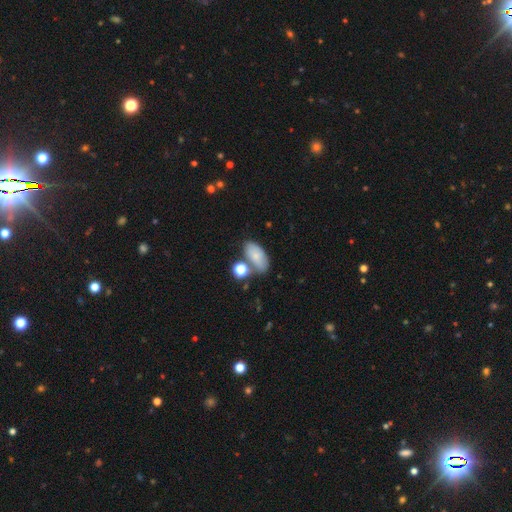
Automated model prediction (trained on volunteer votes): smooth-or-featured: smooth: 74% | featured or disk: 17% | star or artifact: 9%
  how-rounded: in between: 89% | round: 7% | cigar-shaped: 4%
  merging: none: 58% | minor disturbance: 18% | merger: 18% | major disturbance: 6%